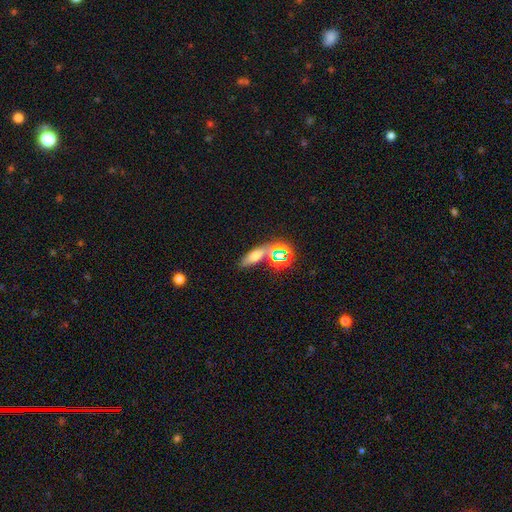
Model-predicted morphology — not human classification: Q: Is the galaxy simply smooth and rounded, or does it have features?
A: smooth — 58%.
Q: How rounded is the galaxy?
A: in between — 51%.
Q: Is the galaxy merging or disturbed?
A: none — 62%.